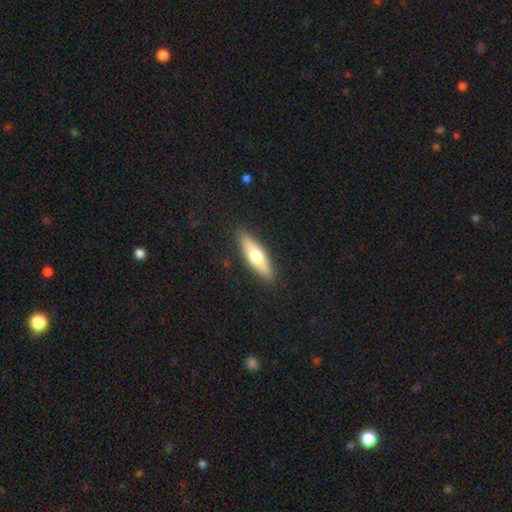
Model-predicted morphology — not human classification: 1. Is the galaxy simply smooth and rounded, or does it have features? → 55% smooth, 39% featured or disk, 6% star or artifact.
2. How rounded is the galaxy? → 57% cigar-shaped, 41% in between, 2% round.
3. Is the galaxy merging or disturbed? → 89% none, 8% minor disturbance, 2% major disturbance, 1% merger.